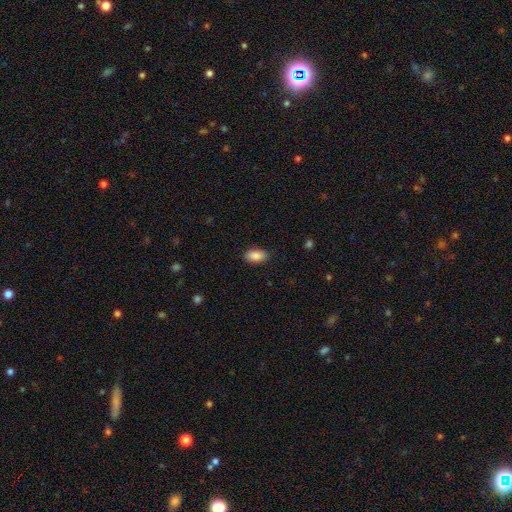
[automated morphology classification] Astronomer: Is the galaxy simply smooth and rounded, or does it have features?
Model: smooth — 90%.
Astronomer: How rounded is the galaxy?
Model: in between — 94%.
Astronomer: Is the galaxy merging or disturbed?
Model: none — 88%.